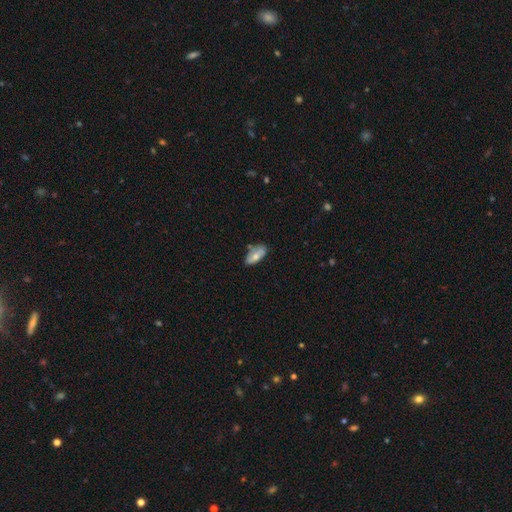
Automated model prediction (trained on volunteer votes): smooth 62%, featured or disk 31%, star or artifact 7%. Down the decision tree: how rounded — in between (87%); merging — none (55%).